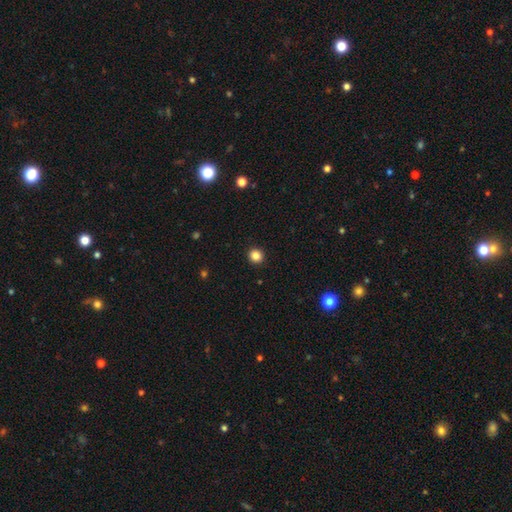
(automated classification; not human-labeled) The model was most divided on "smooth or featured": smooth: 85%, star or artifact: 12%, featured or disk: 4%. More confident: merging — none (93%); how rounded — round (92%).